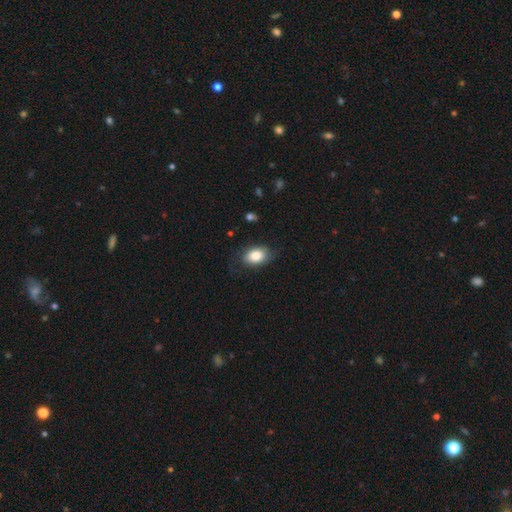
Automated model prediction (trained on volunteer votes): A smooth galaxy with no disk features (83%) that is in between round and cigar-shaped (85%).

Vote fractions:
- Smooth or featured? smooth: 83% / featured or disk: 10% / star or artifact: 7%
- How rounded? in between: 85% / round: 14% / cigar-shaped: 1%
- Merging? none: 73% / minor disturbance: 20% / major disturbance: 6% / merger: 1%